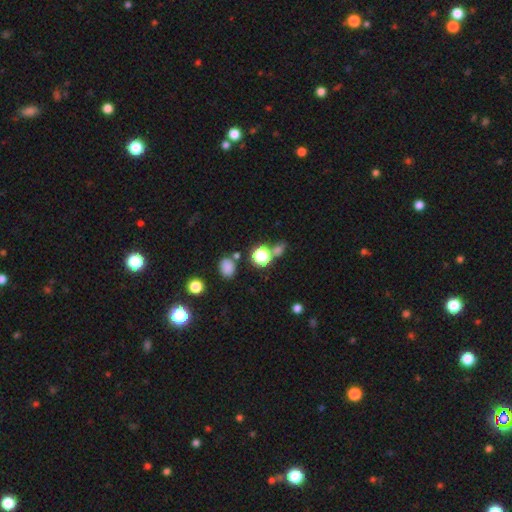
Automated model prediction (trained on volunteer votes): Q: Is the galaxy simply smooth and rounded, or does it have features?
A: smooth — 57%.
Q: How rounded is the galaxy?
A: round — 79%.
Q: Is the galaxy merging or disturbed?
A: none — 73%.